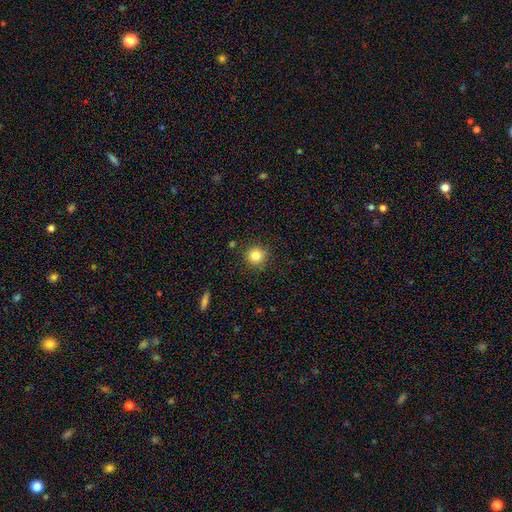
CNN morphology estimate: Smooth or featured? Predicted: smooth (p=0.82). How rounded? Predicted: round (p=0.94). Merging? Predicted: none (p=0.89).